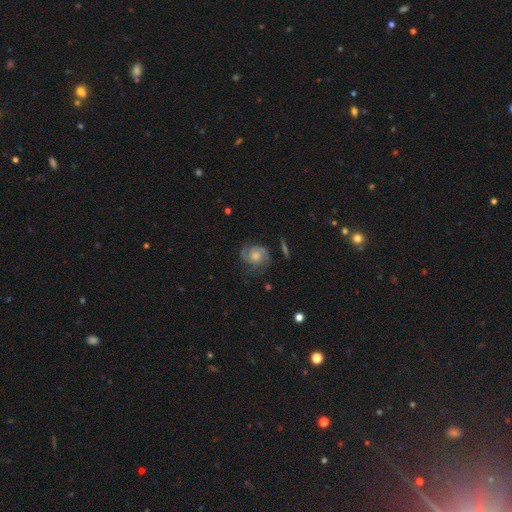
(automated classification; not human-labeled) Smooth or featured? Predicted: featured or disk (p=0.82). Edge-on disk? Predicted: no (p=0.97). Bar? Predicted: no (p=0.71). Spiral arms? Predicted: yes (p=0.97). Spiral winding? Predicted: tight (p=0.50). Spiral arm count? Predicted: 2 (p=0.78). Bulge size? Predicted: moderate (p=0.52). Merging? Predicted: none (p=0.74).